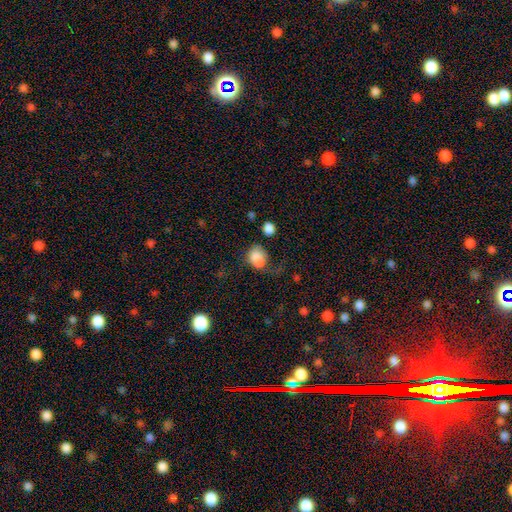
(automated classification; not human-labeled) smooth_or_featured: smooth (p=0.82) [alt: star or artifact p=0.10]
how_rounded: in between (p=0.64) [alt: round p=0.35]
merging: none (p=0.38) [alt: minor disturbance p=0.28]